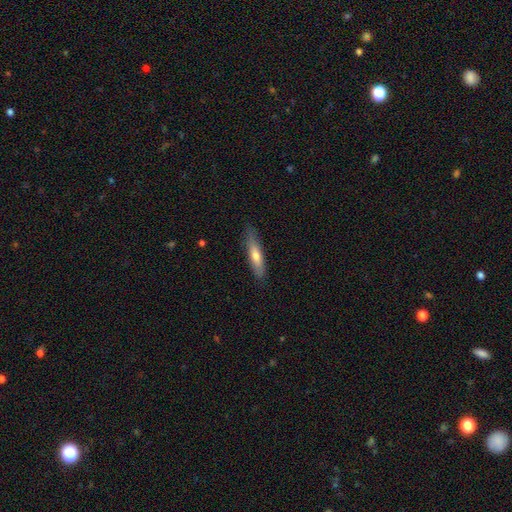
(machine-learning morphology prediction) smooth_or_featured: smooth (p=0.60) [alt: featured or disk p=0.34]
how_rounded: cigar-shaped (p=0.81) [alt: in between p=0.17]
merging: none (p=0.82) [alt: minor disturbance p=0.15]